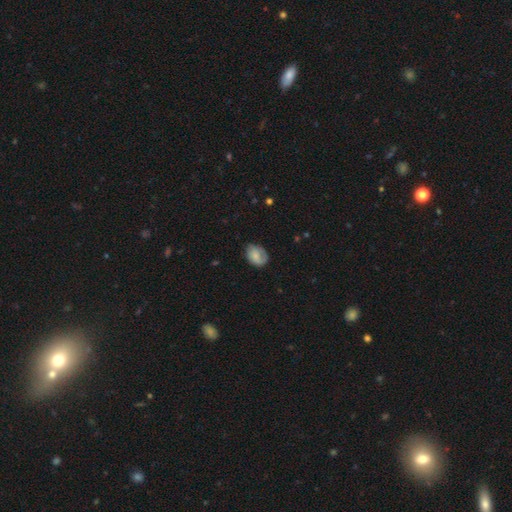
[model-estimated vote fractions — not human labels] A smooth galaxy with no disk features (68%) that is in between round and cigar-shaped (69%).

Vote fractions:
- Smooth or featured? smooth: 68% / featured or disk: 24% / star or artifact: 8%
- How rounded? in between: 69% / round: 29% / cigar-shaped: 1%
- Merging? none: 61% / minor disturbance: 28% / major disturbance: 10% / merger: 1%